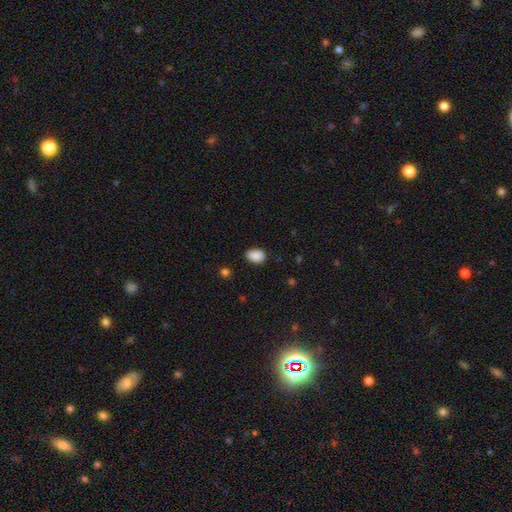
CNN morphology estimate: A smooth galaxy with no disk features (89%) that is in between round and cigar-shaped (80%). Merging: none (84%).